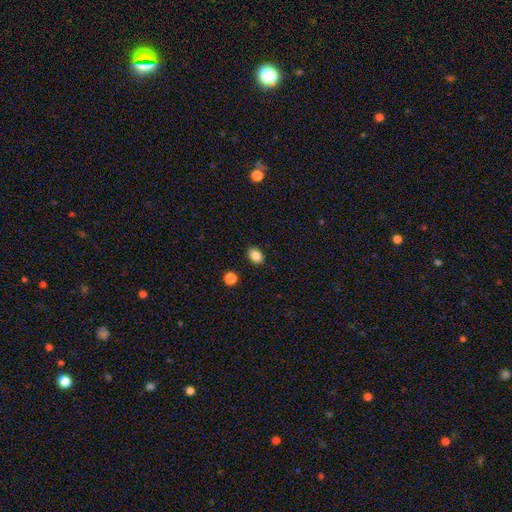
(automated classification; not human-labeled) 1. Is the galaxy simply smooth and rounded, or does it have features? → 86% smooth, 10% star or artifact, 4% featured or disk.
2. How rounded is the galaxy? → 76% in between, 22% round, 1% cigar-shaped.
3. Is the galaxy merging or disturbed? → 88% none, 8% minor disturbance, 2% major disturbance, 2% merger.